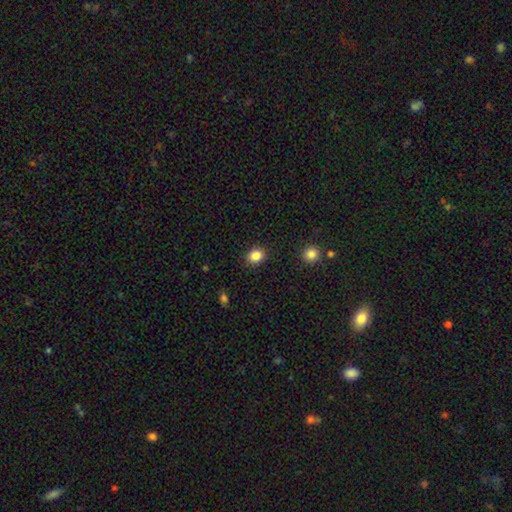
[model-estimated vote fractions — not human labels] Smooth or featured?
  - smooth: 85% *
  - star or artifact: 10%
  - featured or disk: 4%
How rounded?
  - round: 60% *
  - in between: 39%
  - cigar-shaped: 1%
Merging?
  - none: 89% *
  - minor disturbance: 7%
  - major disturbance: 2%
  - merger: 1%